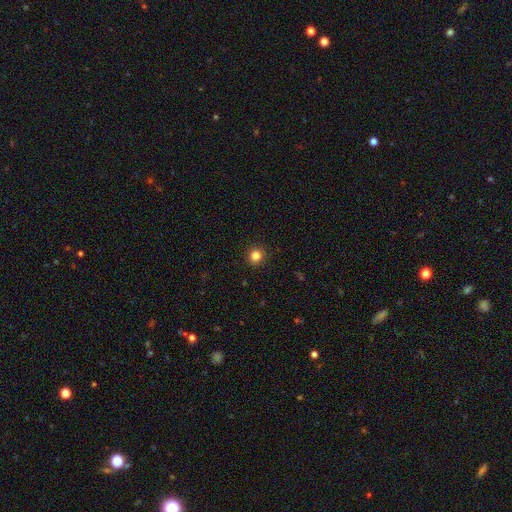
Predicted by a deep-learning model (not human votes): Smooth or featured? smooth (83%)
How rounded? round (91%)
Merging? none (92%)